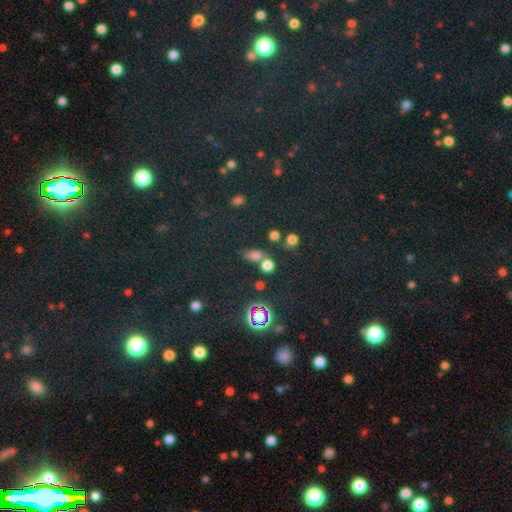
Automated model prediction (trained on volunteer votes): Morphology: type=smooth (59%); roundness=in between (63%); merging=none (54%).